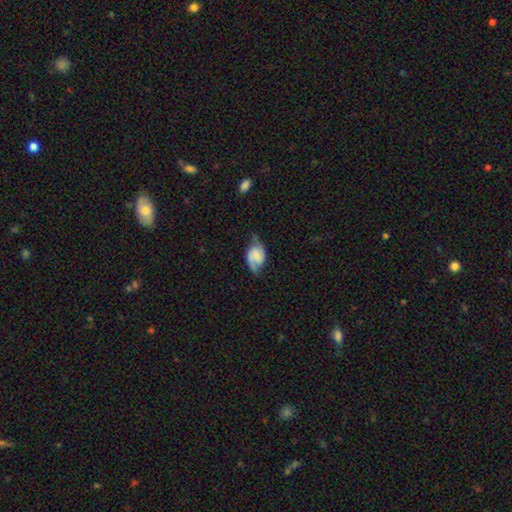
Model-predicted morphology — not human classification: The model was most divided on "bulge size": none: 37%, small: 26%, moderate: 18%, large: 14%, dominant: 6%. Remaining: edge-on disk — no (96%); spiral arms — yes (86%); bar — no (57%); smooth or featured — featured or disk (53%); merging — none (49%).